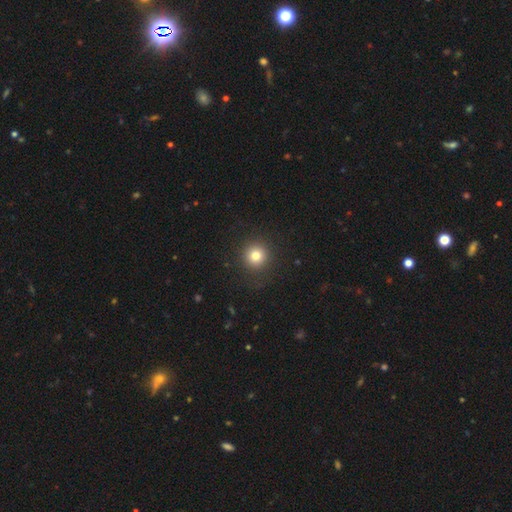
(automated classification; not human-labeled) This appears to be a smooth galaxy with no disk features (80%) that is round (94%). Merging: none (89%).